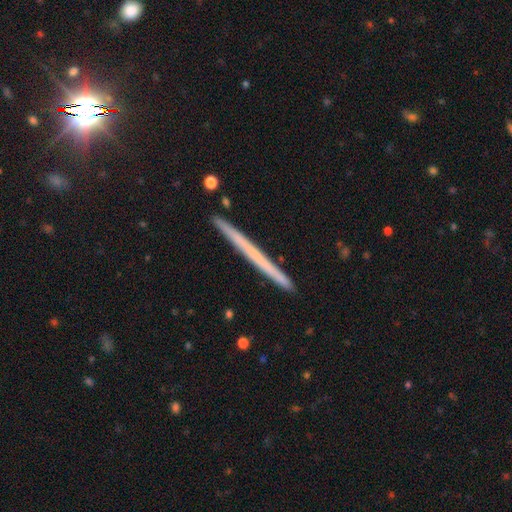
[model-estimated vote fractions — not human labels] smooth-or-featured: featured or disk: 51% | smooth: 41% | star or artifact: 7%
  disk-edge-on: yes: 98% | no: 2%
    edge-on-bulge: none: 91% | rounded: 7% | boxy: 2%
  merging: none: 91% | minor disturbance: 6% | merger: 1% | major disturbance: 1%